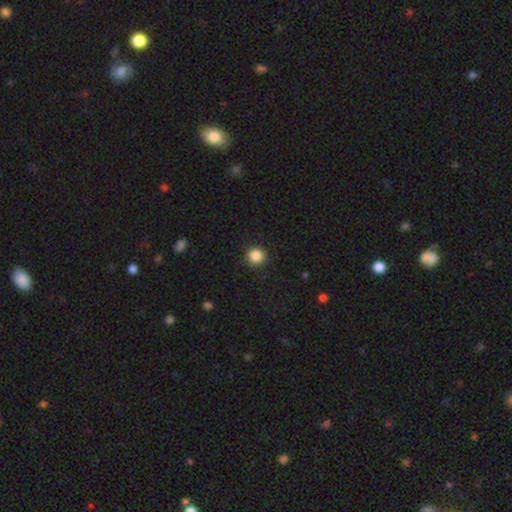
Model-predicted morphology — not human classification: A smooth galaxy with no disk features (86%) that is round (94%).

Vote fractions:
- Smooth or featured? smooth: 86% / star or artifact: 11% / featured or disk: 4%
- How rounded? round: 94% / in between: 5% / cigar-shaped: 1%
- Merging? none: 91% / minor disturbance: 6% / major disturbance: 2% / merger: 1%